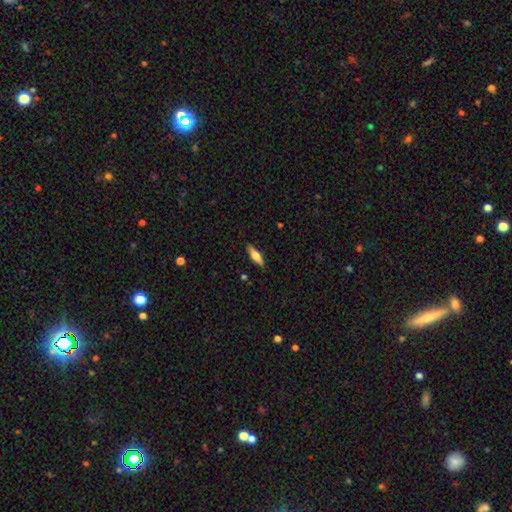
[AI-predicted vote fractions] Smooth or featured? smooth (55%)
How rounded? cigar-shaped (52%)
Merging? none (88%)